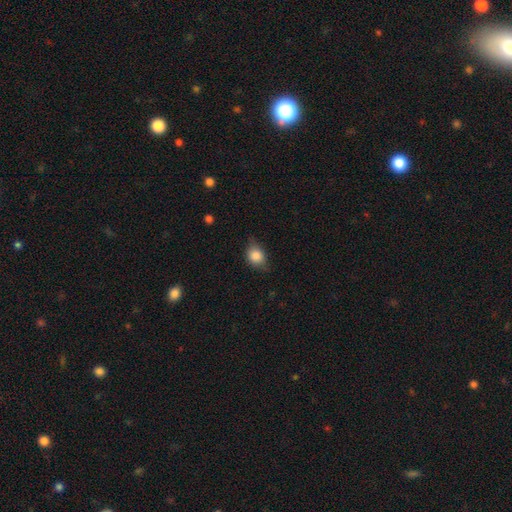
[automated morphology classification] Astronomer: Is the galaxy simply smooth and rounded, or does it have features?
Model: smooth — 83%.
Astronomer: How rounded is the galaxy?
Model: in between — 52% (runner-up: round, 47%).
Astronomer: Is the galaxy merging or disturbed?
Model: none — 63%.